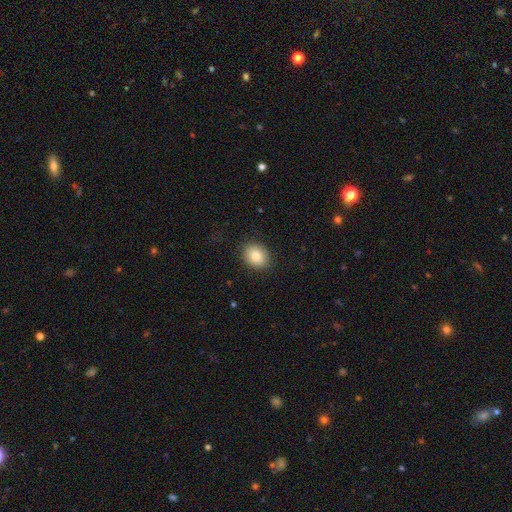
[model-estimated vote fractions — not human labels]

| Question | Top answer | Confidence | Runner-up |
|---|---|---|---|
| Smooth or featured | smooth | 83% | star or artifact (8%) |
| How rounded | in between | 50% | round (49%) |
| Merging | none | 87% | minor disturbance (9%) |